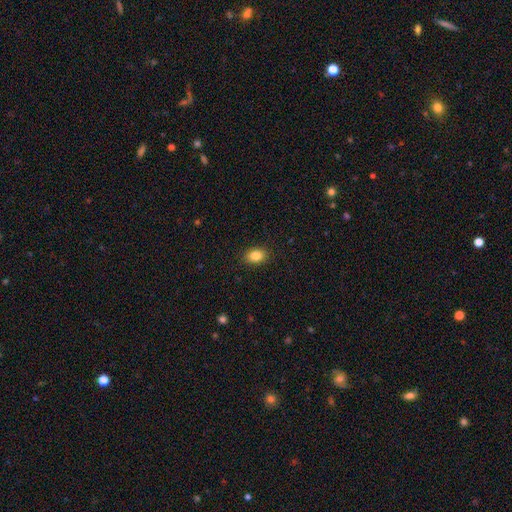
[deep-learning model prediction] Morphology: type=smooth (85%); roundness=in between (74%); merging=none (89%).